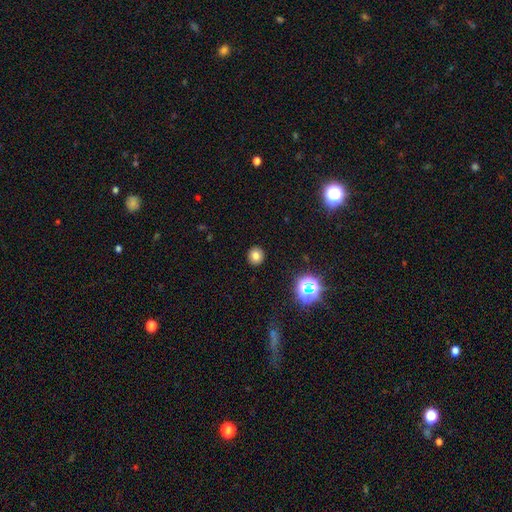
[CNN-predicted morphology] Smooth or featured: smooth — 77% (star or artifact — 15%)
How rounded: round — 87% (in between — 12%)
Merging: none — 92% (minor disturbance — 5%)